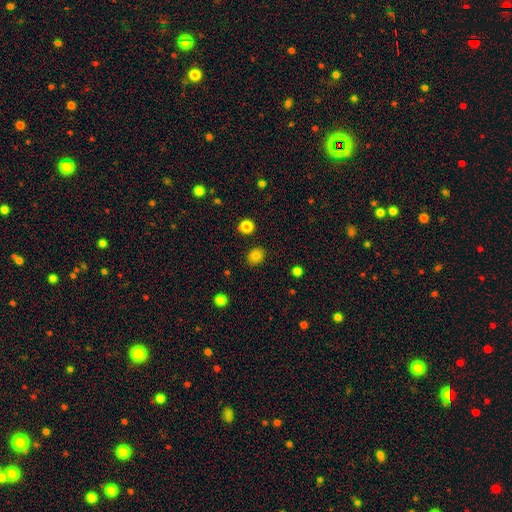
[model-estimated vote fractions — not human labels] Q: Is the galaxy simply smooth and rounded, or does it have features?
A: smooth — 82%.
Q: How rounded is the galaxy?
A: round — 63%.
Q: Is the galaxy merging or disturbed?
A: none — 88%.